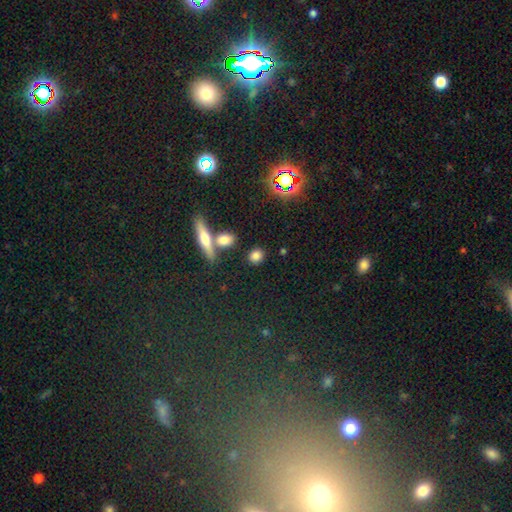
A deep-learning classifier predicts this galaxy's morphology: Smooth or featured? smooth (79%)
How rounded? round (63%)
Merging? none (79%)